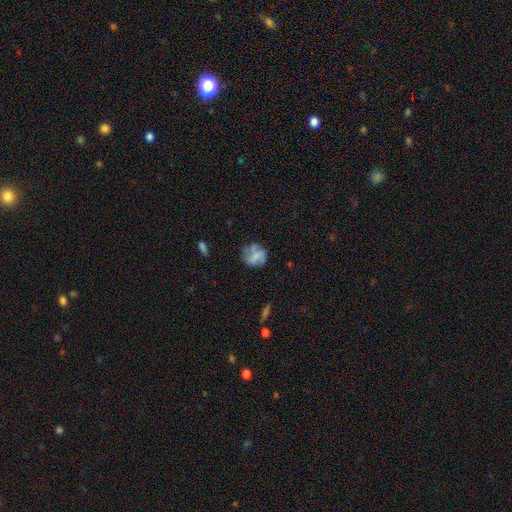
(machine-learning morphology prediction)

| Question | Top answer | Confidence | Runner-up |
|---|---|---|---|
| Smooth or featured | smooth | 52% | featured or disk (38%) |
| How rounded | round | 66% | in between (33%) |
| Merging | none | 50% | minor disturbance (26%) |